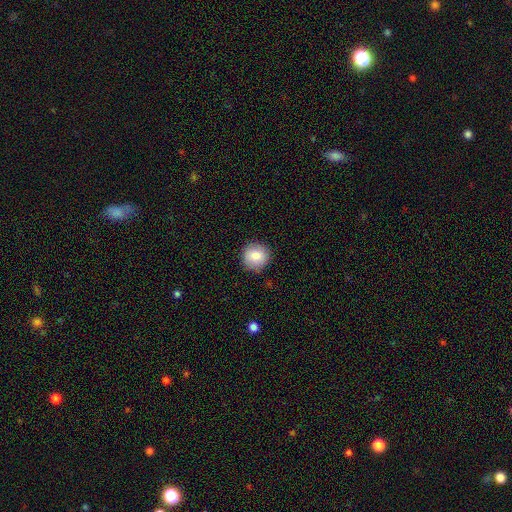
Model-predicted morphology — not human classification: This appears to be a smooth galaxy with no disk features (84%) that is round (93%). Merging: none (89%).